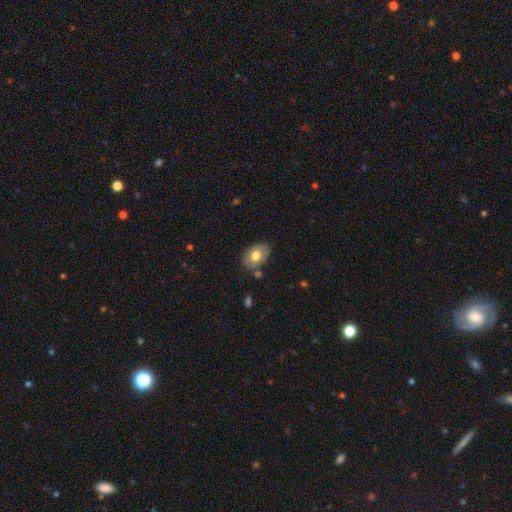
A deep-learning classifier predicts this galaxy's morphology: A smooth galaxy with no disk features (68%) that is in between round and cigar-shaped (82%).

Vote fractions:
- Smooth or featured? smooth: 68% / featured or disk: 25% / star or artifact: 7%
- How rounded? in between: 82% / round: 17% / cigar-shaped: 1%
- Merging? none: 73% / minor disturbance: 18% / merger: 6% / major disturbance: 4%